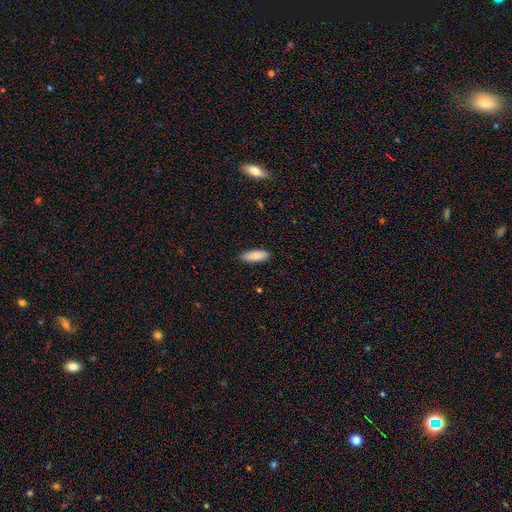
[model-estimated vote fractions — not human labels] smooth_or_featured: smooth (p=0.84) [alt: featured or disk p=0.09]
how_rounded: in between (p=0.71) [alt: cigar-shaped p=0.27]
merging: none (p=0.87) [alt: minor disturbance p=0.10]